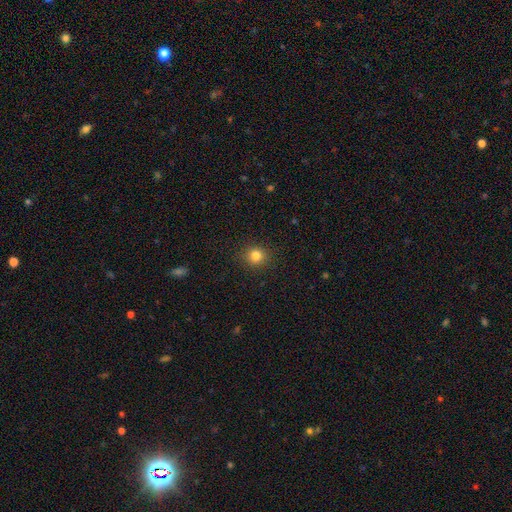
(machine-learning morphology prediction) A smooth galaxy with no disk features (82%) that is round (88%). Merging: none (90%).